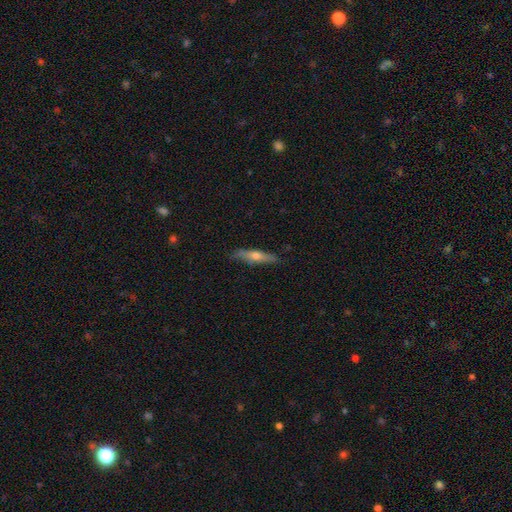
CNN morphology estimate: Overall: featured or disk (58%; smooth 35%). Edge-on disk: yes (92%). Edge-on bulge: rounded (89%). Merging: none (86%).